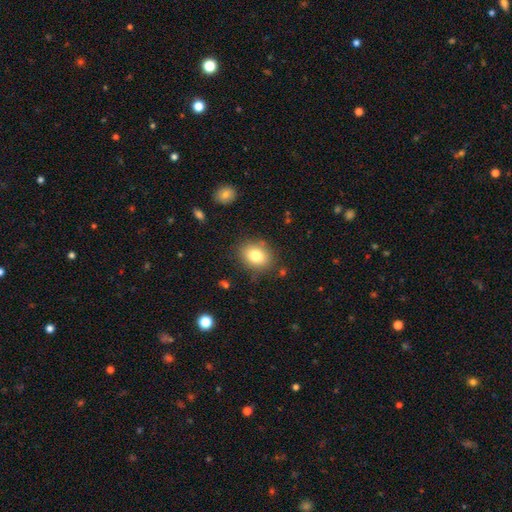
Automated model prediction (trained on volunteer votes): smooth 81%, star or artifact 10%, featured or disk 10%. Down the decision tree: how rounded — in between (52%); merging — none (83%).